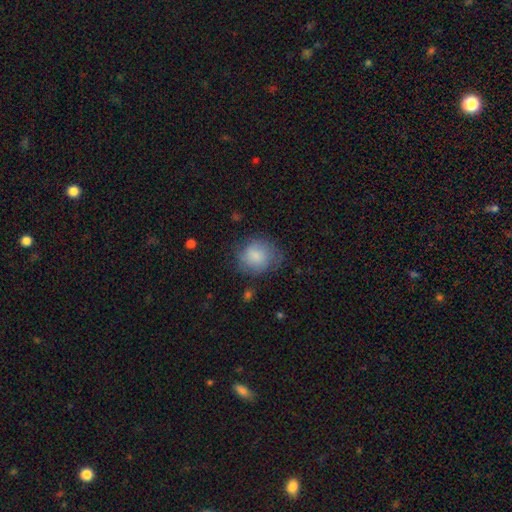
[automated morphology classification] smooth_or_featured: smooth (p=0.80) [alt: featured or disk p=0.13]
how_rounded: round (p=0.77) [alt: in between p=0.22]
merging: none (p=0.62) [alt: minor disturbance p=0.25]